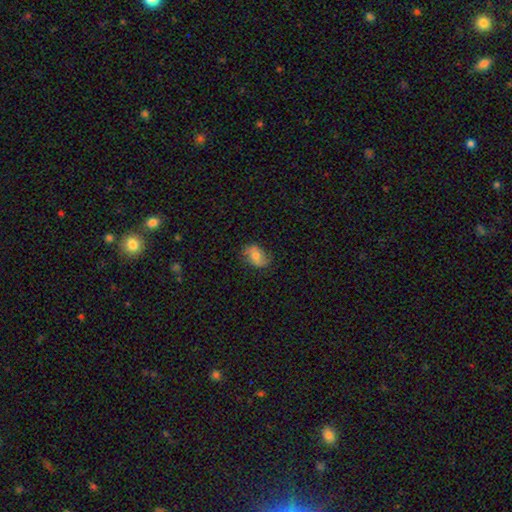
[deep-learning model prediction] Overall: smooth (63%; featured or disk 29%). How rounded: in between (79%). Merging: none (70%).